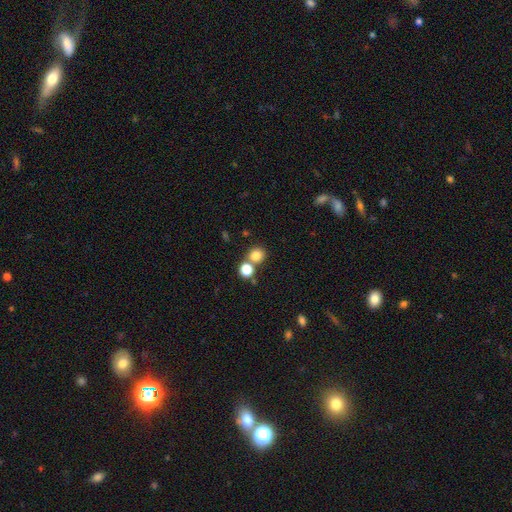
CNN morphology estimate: This is likely a smooth galaxy (80%). How rounded: clearly round (86%). Merging: likely none (67%).